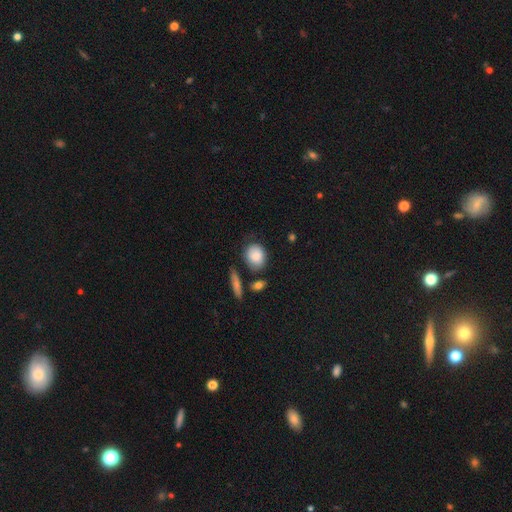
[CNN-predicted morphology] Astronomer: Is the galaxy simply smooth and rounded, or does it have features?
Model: smooth — 83%.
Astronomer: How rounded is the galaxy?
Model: round — 54% (runner-up: in between, 44%).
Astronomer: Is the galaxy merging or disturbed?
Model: none — 65%.